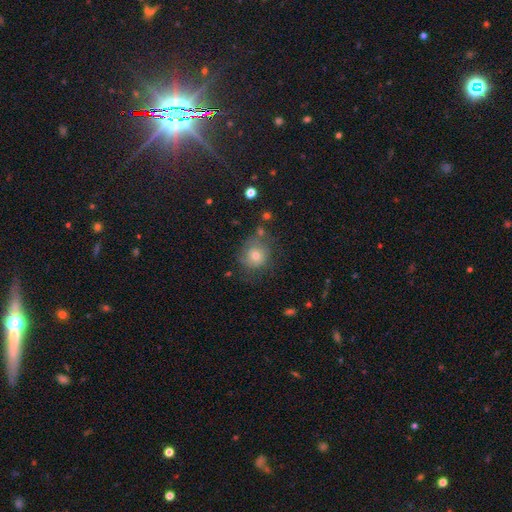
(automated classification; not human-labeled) Smooth or featured? Predicted: smooth (p=0.59). How rounded? Predicted: round (p=0.85). Merging? Predicted: none (p=0.65).